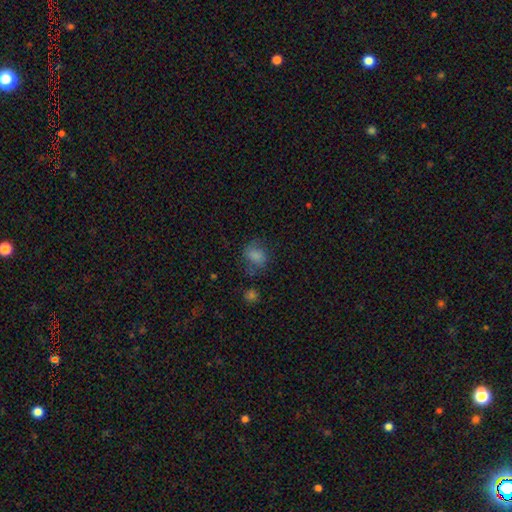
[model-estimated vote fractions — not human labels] The model was most divided on "how rounded": round: 50%, in between: 49%, cigar-shaped: 1%. More confident: smooth or featured — smooth (75%); merging — none (58%).